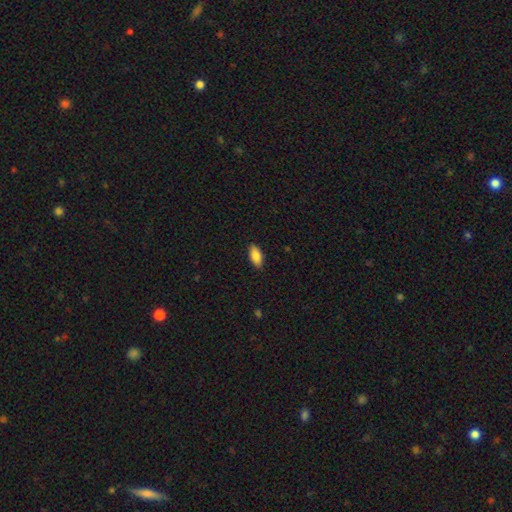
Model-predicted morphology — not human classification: smooth_or_featured: smooth (p=0.85) [alt: featured or disk p=0.08]
how_rounded: in between (p=0.89) [alt: cigar-shaped p=0.09]
merging: none (p=0.88) [alt: minor disturbance p=0.09]